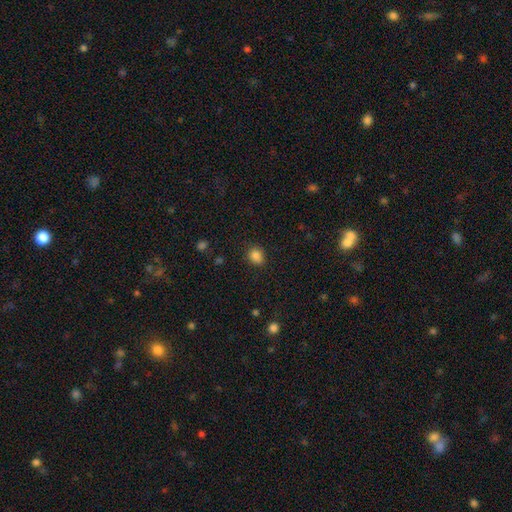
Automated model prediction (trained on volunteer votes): Q: Smooth or featured?
A: smooth (85%); runner-up: star or artifact (11%)
Q: How rounded?
A: round (58%); runner-up: in between (41%)
Q: Merging?
A: none (82%); runner-up: minor disturbance (13%)